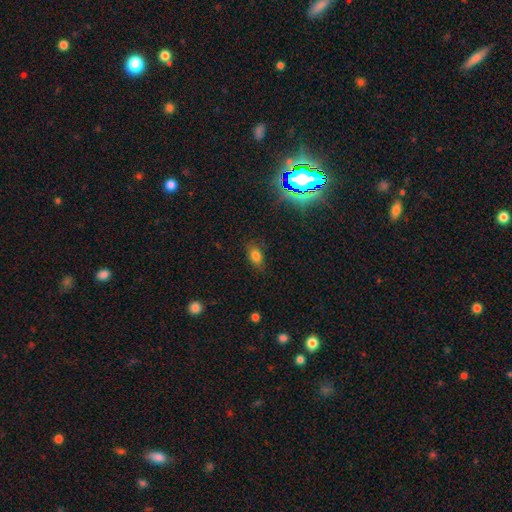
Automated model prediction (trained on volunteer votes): smooth_or_featured: smooth (p=0.77) [alt: star or artifact p=0.16]
how_rounded: in between (p=0.83) [alt: round p=0.14]
merging: none (p=0.80) [alt: minor disturbance p=0.15]